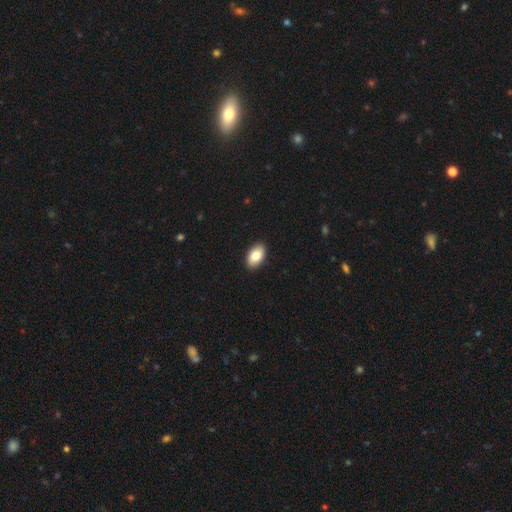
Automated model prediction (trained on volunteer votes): Smooth or featured? smooth (83%)
How rounded? in between (92%)
Merging? none (90%)